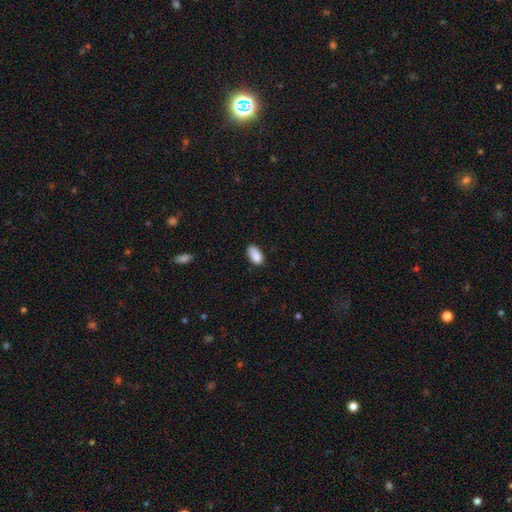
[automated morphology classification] smooth 87%, star or artifact 7%, featured or disk 5%. Down the decision tree: how rounded — in between (93%); merging — none (72%).